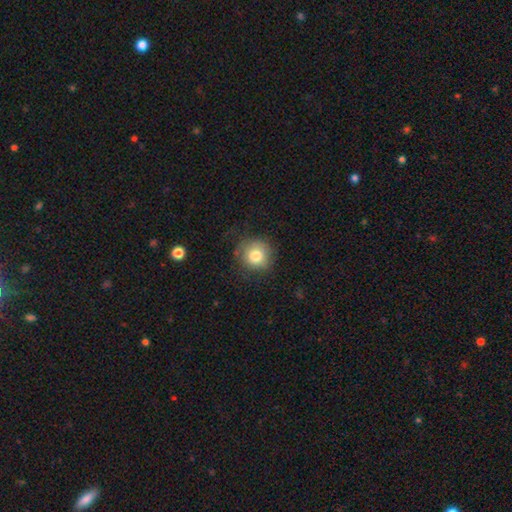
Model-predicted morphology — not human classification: smooth-or-featured: smooth: 79% | featured or disk: 11% | star or artifact: 10%
  how-rounded: round: 91% | in between: 8% | cigar-shaped: 1%
  merging: none: 75% | minor disturbance: 17% | major disturbance: 6% | merger: 1%